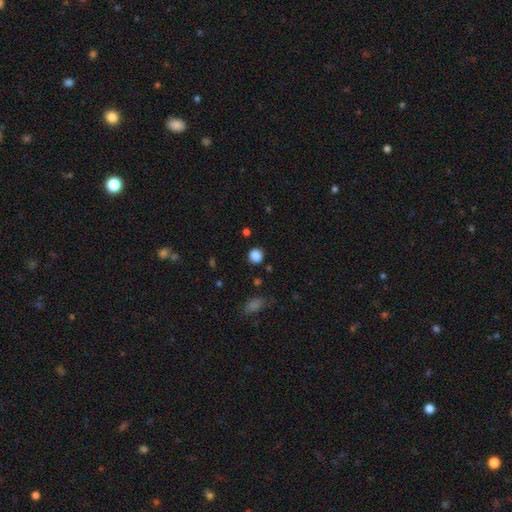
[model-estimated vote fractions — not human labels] This is clearly a smooth galaxy (86%). How rounded: clearly round (89%). Merging: clearly none (87%).